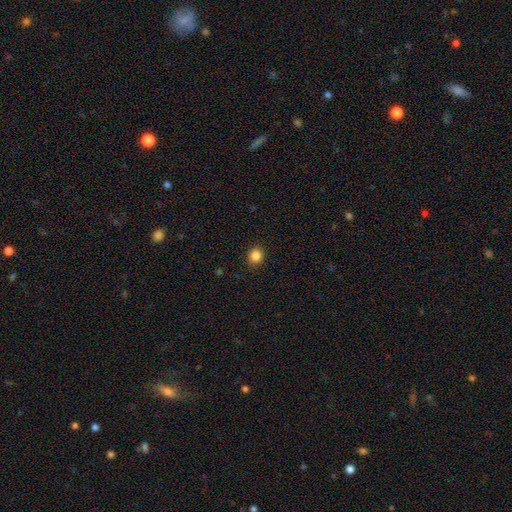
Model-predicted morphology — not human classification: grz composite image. It shows a smooth galaxy with no disk features (85%) that is round (84%). Merging: none (90%).